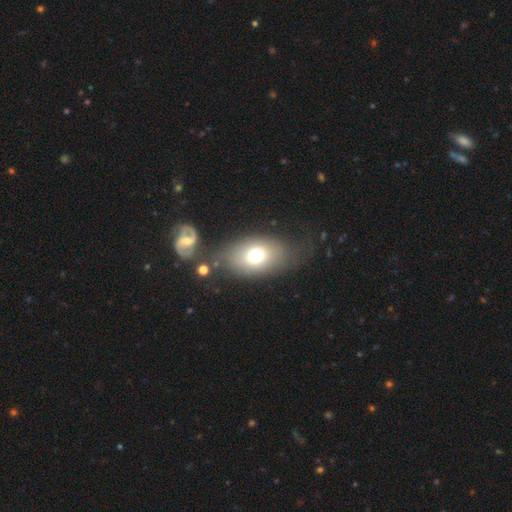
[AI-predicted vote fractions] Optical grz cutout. It shows a smooth galaxy with no disk features (70%) that is in between round and cigar-shaped (79%). Merging: none (64%).